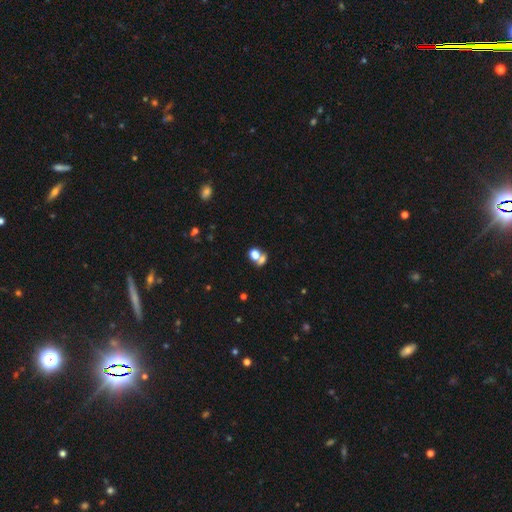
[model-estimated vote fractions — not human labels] smooth_or_featured: smooth (p=0.65) [alt: star or artifact p=0.22]
how_rounded: round (p=0.54) [alt: in between p=0.43]
merging: merger (p=0.43) [tied with: none p=0.43]